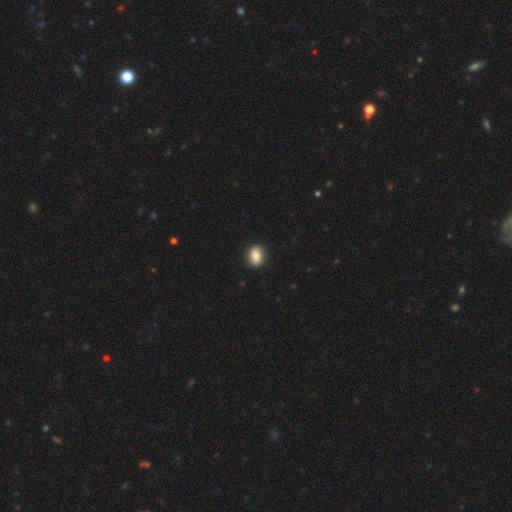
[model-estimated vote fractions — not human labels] The model was most divided on "how rounded": in between: 66%, round: 32%, cigar-shaped: 1%. More confident: merging — none (88%); smooth or featured — smooth (82%).